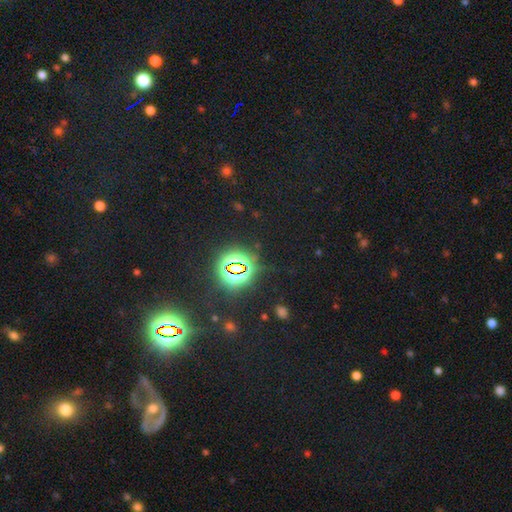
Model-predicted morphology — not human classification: smooth_or_featured: star or artifact (p=0.75) [alt: smooth p=0.18]